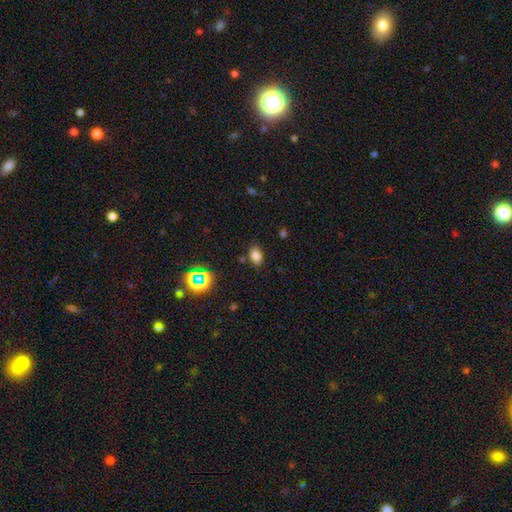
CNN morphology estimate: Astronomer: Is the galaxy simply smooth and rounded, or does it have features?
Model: smooth — 77%.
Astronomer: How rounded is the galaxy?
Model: in between — 82%.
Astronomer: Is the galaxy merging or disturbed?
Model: none — 83%.